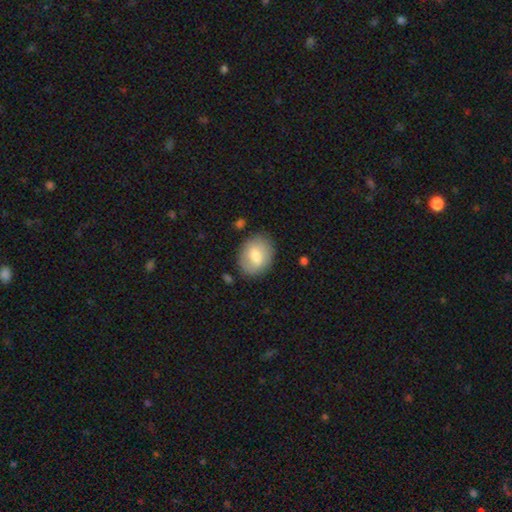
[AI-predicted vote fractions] Q: Smooth or featured?
A: smooth (67%); runner-up: featured or disk (26%)
Q: How rounded?
A: in between (57%); runner-up: round (41%)
Q: Merging?
A: none (81%); runner-up: minor disturbance (13%)